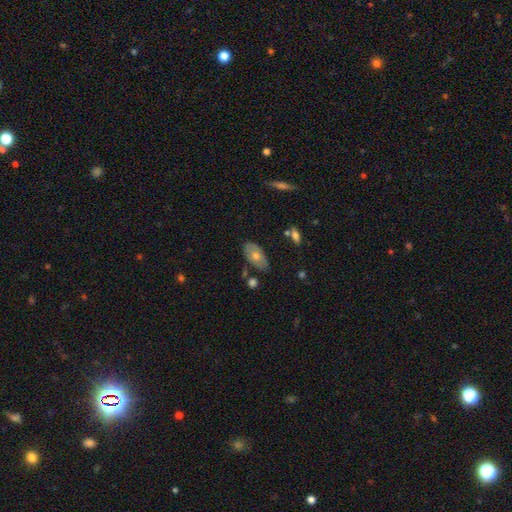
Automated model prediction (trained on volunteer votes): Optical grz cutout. It shows a smooth galaxy with no disk features (50%) that is in between round and cigar-shaped (92%). Merging: none (72%).